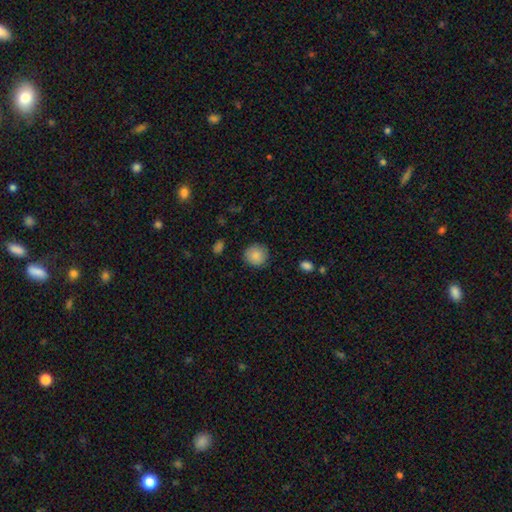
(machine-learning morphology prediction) Smooth or featured?
  - smooth: 87% *
  - star or artifact: 8%
  - featured or disk: 5%
How rounded?
  - round: 90% *
  - in between: 9%
  - cigar-shaped: 1%
Merging?
  - none: 86% *
  - minor disturbance: 10%
  - major disturbance: 3%
  - merger: 1%